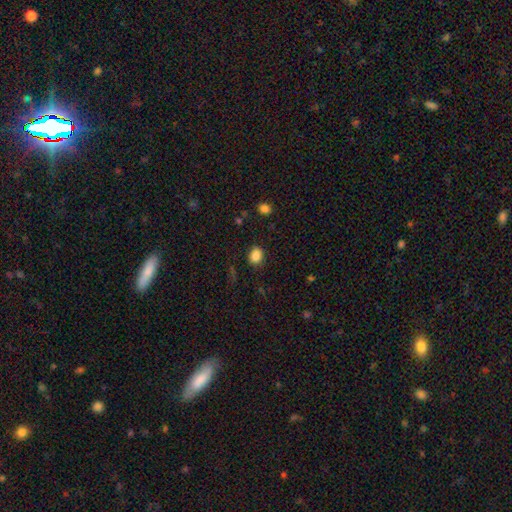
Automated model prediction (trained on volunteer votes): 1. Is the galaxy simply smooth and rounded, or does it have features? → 85% smooth, 11% star or artifact, 5% featured or disk.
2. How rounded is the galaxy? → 56% in between, 43% round, 1% cigar-shaped.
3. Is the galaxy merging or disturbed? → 82% none, 13% minor disturbance, 4% major disturbance, 1% merger.